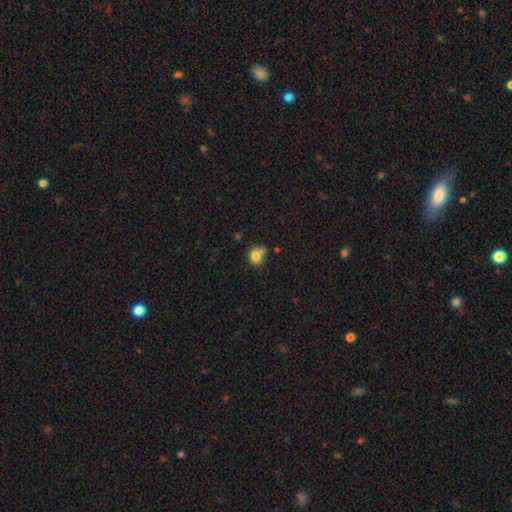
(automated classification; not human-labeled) Smooth or featured?
  - smooth: 81% *
  - star or artifact: 11%
  - featured or disk: 8%
How rounded?
  - round: 65% *
  - in between: 34%
  - cigar-shaped: 1%
Merging?
  - none: 48% *
  - merger: 25%
  - minor disturbance: 21%
  - major disturbance: 7%